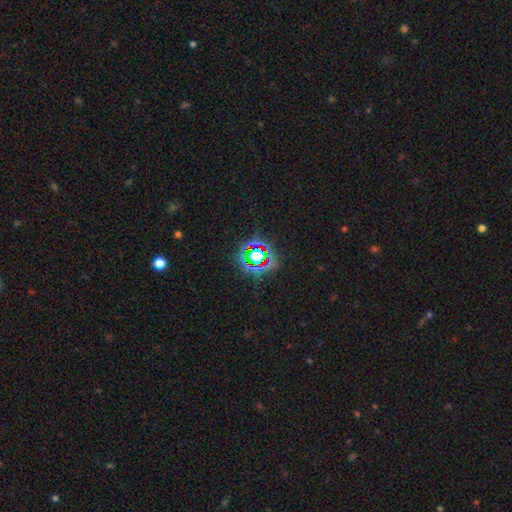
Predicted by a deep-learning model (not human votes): Smooth or featured? Predicted: star or artifact (p=0.70).